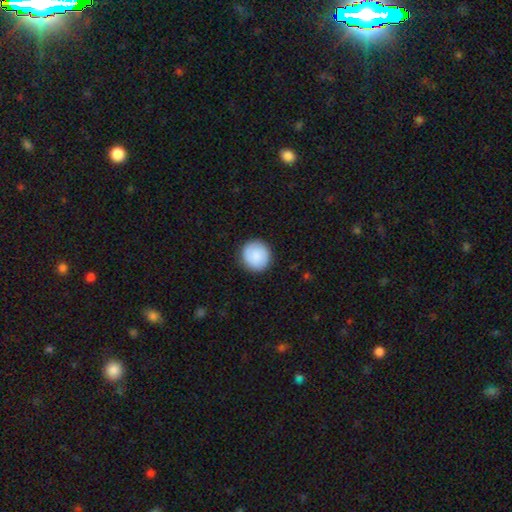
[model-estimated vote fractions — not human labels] smooth-or-featured: smooth: 82% | featured or disk: 12% | star or artifact: 6%
  how-rounded: round: 92% | in between: 7% | cigar-shaped: 1%
  merging: none: 90% | minor disturbance: 7% | major disturbance: 2% | merger: 1%